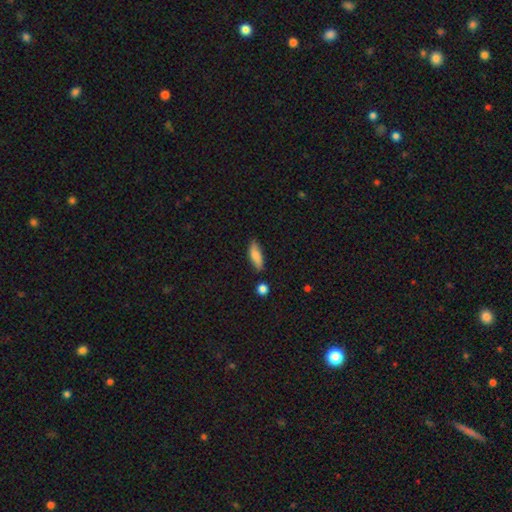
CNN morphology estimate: A smooth galaxy with no disk features (80%) that is in between round and cigar-shaped (59%).

Vote fractions:
- Smooth or featured? smooth: 80% / featured or disk: 13% / star or artifact: 7%
- How rounded? in between: 59% / cigar-shaped: 38% / round: 3%
- Merging? none: 76% / minor disturbance: 17% / merger: 4% / major disturbance: 3%